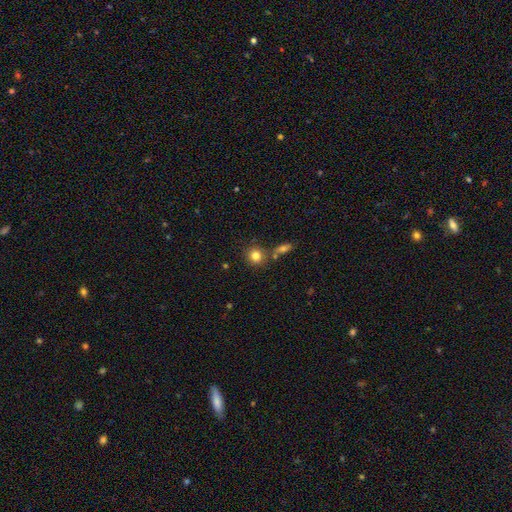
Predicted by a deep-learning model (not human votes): A smooth galaxy with no disk features (82%) that is round (87%).

Vote fractions:
- Smooth or featured? smooth: 82% / star or artifact: 11% / featured or disk: 8%
- How rounded? round: 87% / in between: 12% / cigar-shaped: 1%
- Merging? none: 72% / merger: 14% / minor disturbance: 10% / major disturbance: 3%